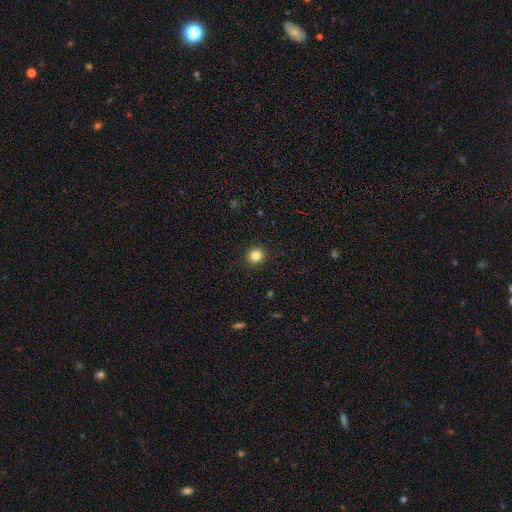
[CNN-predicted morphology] Q: Smooth or featured?
A: smooth (84%); runner-up: star or artifact (11%)
Q: How rounded?
A: round (85%); runner-up: in between (14%)
Q: Merging?
A: none (92%); runner-up: minor disturbance (5%)